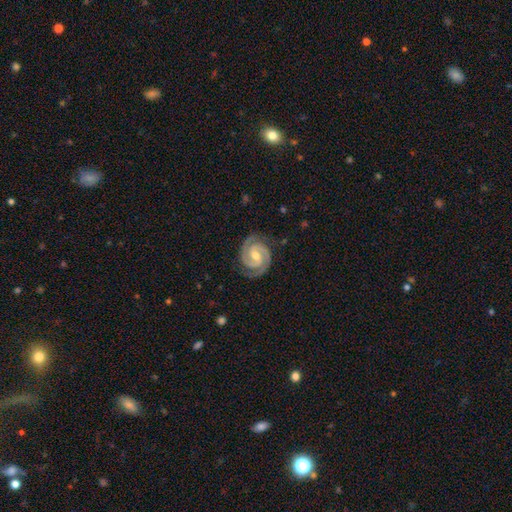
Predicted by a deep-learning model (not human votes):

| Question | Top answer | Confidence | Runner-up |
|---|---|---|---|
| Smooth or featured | featured or disk | 94% | star or artifact (4%) |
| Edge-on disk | no | 98% | yes (2%) |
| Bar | weak | 43% | no (34%) |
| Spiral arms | yes | 99% | no (1%) |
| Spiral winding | tight | 71% | medium (26%) |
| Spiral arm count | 2 | 89% | 3 (6%) |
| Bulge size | moderate | 60% | small (37%) |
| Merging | none | 84% | minor disturbance (12%) |